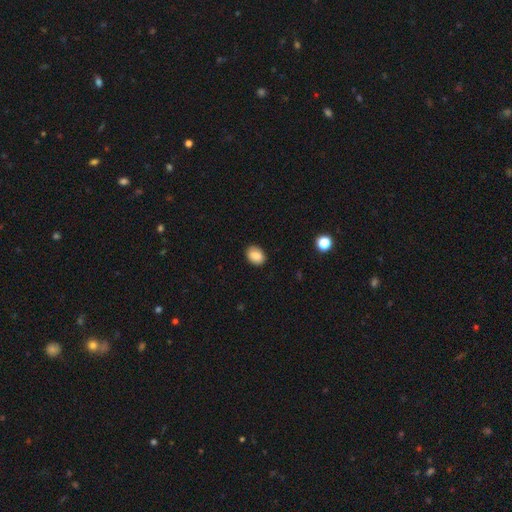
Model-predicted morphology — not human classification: type=smooth (86%); roundness=in between (67%); merging=none (84%).